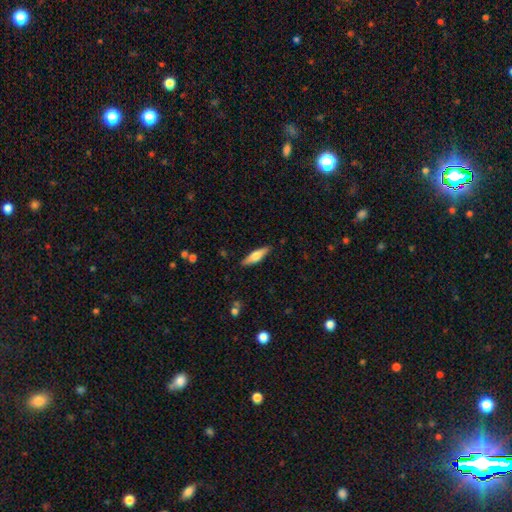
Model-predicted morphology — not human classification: smooth 52%, featured or disk 43%, star or artifact 6%. Down the decision tree: how rounded — cigar-shaped (66%); merging — none (88%).